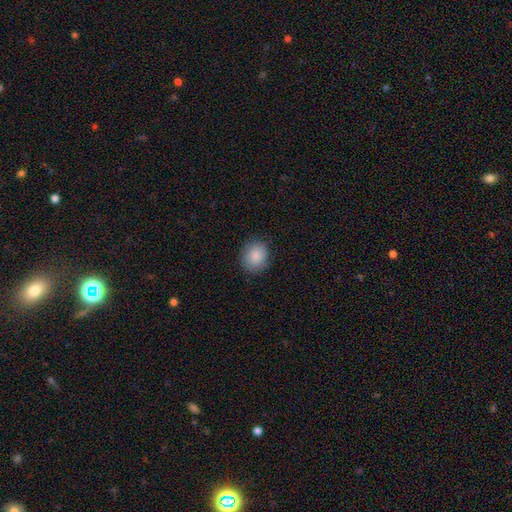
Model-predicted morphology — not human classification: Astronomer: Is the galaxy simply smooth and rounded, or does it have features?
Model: smooth — 87%.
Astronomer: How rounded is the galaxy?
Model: round — 74%.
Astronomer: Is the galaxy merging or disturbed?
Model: none — 86%.